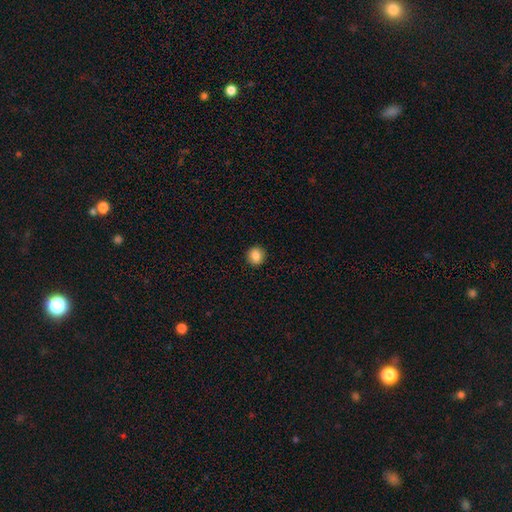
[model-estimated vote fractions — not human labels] Smooth or featured: smooth — 84% (star or artifact — 9%)
How rounded: round — 91% (in between — 8%)
Merging: none — 93% (minor disturbance — 5%)